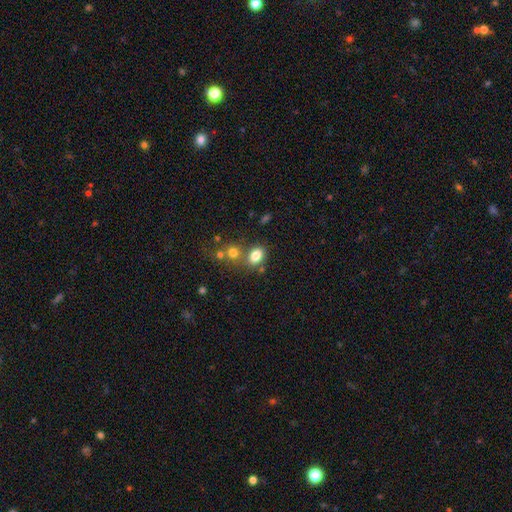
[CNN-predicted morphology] This appears to be a smooth galaxy with no disk features (81%) that is in between round and cigar-shaped (74%). Merging: none (60%).